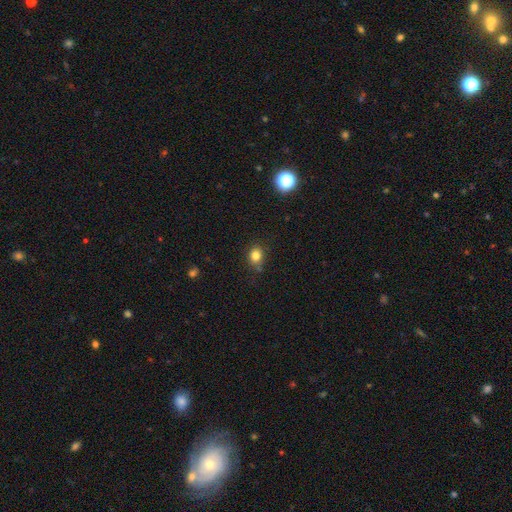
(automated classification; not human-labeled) Q: Smooth or featured?
A: smooth (82%); runner-up: star or artifact (12%)
Q: How rounded?
A: round (61%); runner-up: in between (38%)
Q: Merging?
A: none (75%); runner-up: minor disturbance (18%)